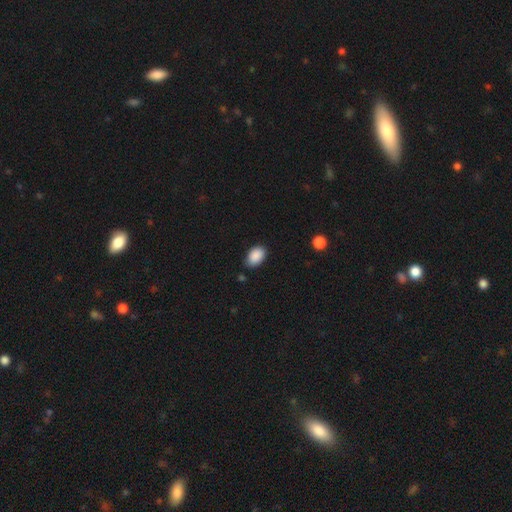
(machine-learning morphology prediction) Smooth or featured? Predicted: smooth (p=0.89). How rounded? Predicted: in between (p=0.90). Merging? Predicted: none (p=0.79).